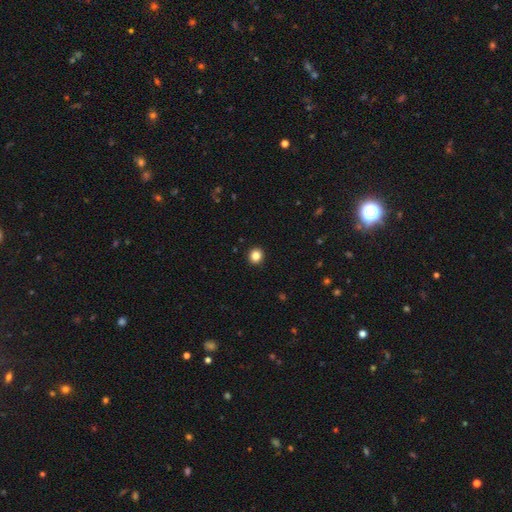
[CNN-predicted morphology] A smooth galaxy with no disk features (85%) that is round (88%).

Vote fractions:
- Smooth or featured? smooth: 85% / star or artifact: 11% / featured or disk: 4%
- How rounded? round: 88% / in between: 11% / cigar-shaped: 1%
- Merging? none: 93% / minor disturbance: 5% / major disturbance: 1% / merger: 1%